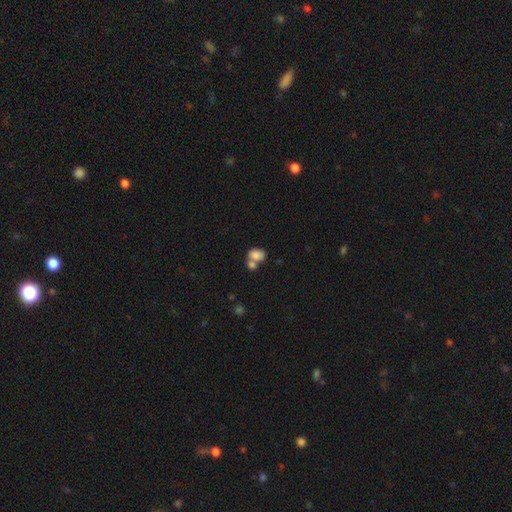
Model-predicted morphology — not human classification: smooth 81%, featured or disk 10%, star or artifact 9%. Down the decision tree: how rounded — in between (77%); merging — merger (55%).